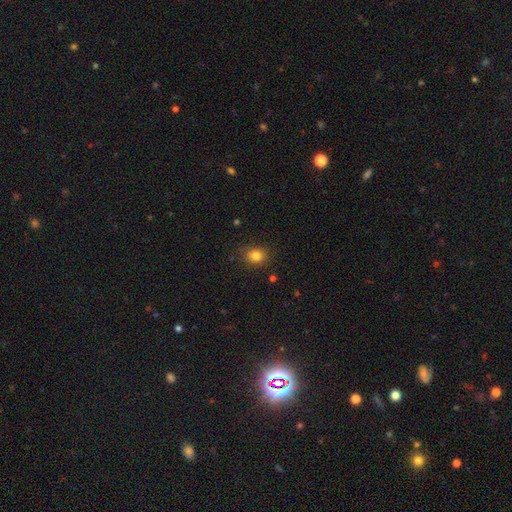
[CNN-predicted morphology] Overall: smooth (83%). How rounded: round (62%; in between 37%). Merging: none (83%).